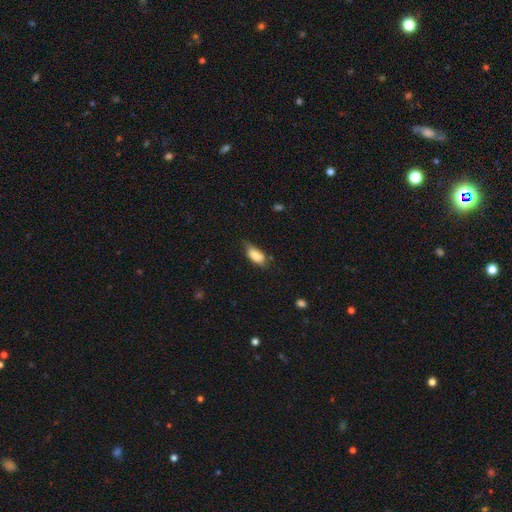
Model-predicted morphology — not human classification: Q: Smooth or featured?
A: smooth (80%); runner-up: featured or disk (12%)
Q: How rounded?
A: in between (86%); runner-up: cigar-shaped (10%)
Q: Merging?
A: none (49%); runner-up: minor disturbance (37%)